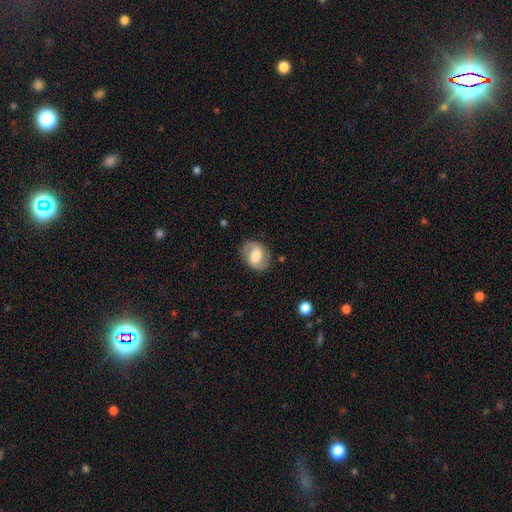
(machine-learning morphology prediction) smooth_or_featured: featured or disk (p=0.56) [alt: smooth p=0.36]
disk_edge_on: no (p=0.97) [alt: yes p=0.03]
bar: weak (p=0.45) [alt: strong p=0.30]
has_spiral_arms: yes (p=0.81) [alt: no p=0.19]
bulge_size: moderate (p=0.46) [alt: large p=0.31]
merging: none (p=0.79) [alt: minor disturbance p=0.14]